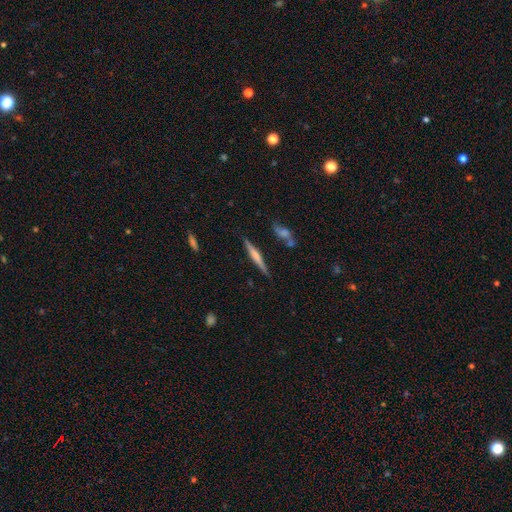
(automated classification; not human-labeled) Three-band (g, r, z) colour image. It shows a featured or disk galaxy (56%) viewed edge-on (97%) with a rounded central bulge (53%). Merging: none (83%).